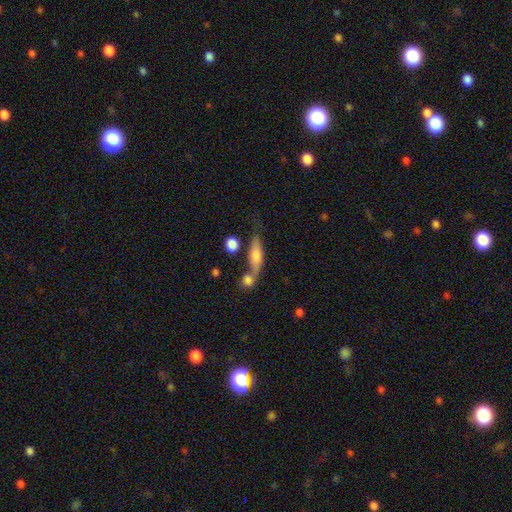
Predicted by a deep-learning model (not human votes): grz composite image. It shows a smooth galaxy with no disk features (57%) that is cigar-shaped (47%). Merging: none (47%).